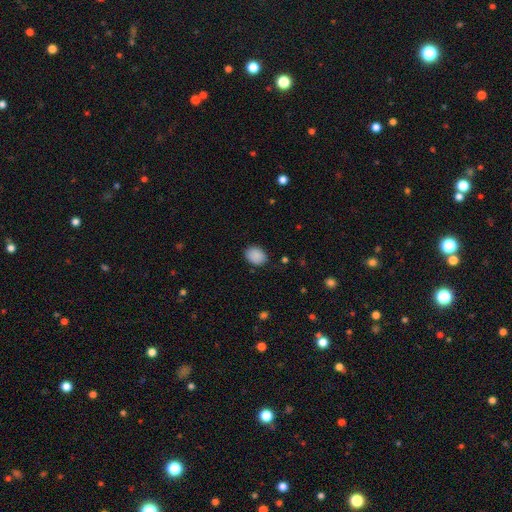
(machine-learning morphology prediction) smooth-or-featured: smooth: 89% | star or artifact: 8% | featured or disk: 3%
  how-rounded: in between: 65% | round: 34% | cigar-shaped: 1%
  merging: none: 83% | minor disturbance: 13% | major disturbance: 3% | merger: 1%